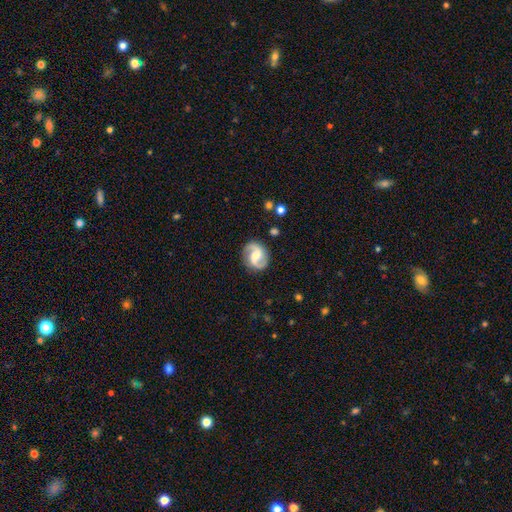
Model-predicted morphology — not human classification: Q: Smooth or featured?
A: featured or disk (86%); runner-up: smooth (9%)
Q: Edge-on disk?
A: no (98%); runner-up: yes (2%)
Q: Bar?
A: weak (45%); runner-up: no (33%)
Q: Spiral arms?
A: yes (96%); runner-up: no (4%)
Q: Spiral winding?
A: medium (47%); runner-up: loose (38%)
Q: Spiral arm count?
A: 2 (93%); runner-up: can't tell (2%)
Q: Bulge size?
A: moderate (62%); runner-up: small (28%)
Q: Merging?
A: none (86%); runner-up: minor disturbance (10%)